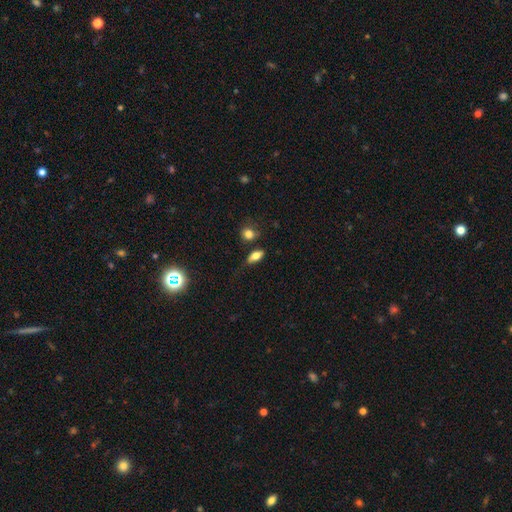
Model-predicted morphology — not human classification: smooth-or-featured: smooth: 71% | featured or disk: 19% | star or artifact: 10%
  how-rounded: in between: 80% | cigar-shaped: 12% | round: 7%
  merging: none: 64% | minor disturbance: 21% | merger: 8% | major disturbance: 7%